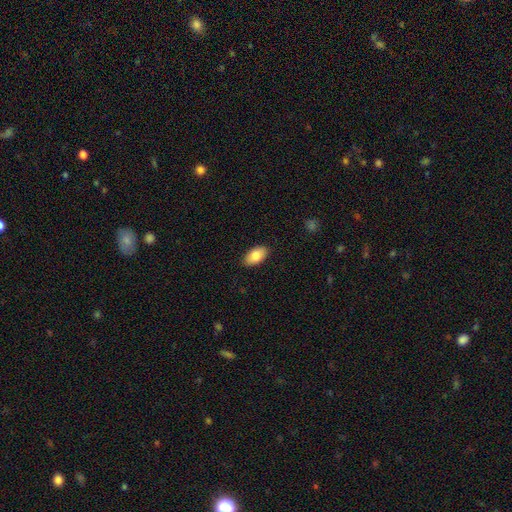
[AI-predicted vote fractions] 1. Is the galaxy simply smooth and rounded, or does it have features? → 82% smooth, 11% featured or disk, 6% star or artifact.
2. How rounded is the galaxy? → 94% in between, 4% round, 2% cigar-shaped.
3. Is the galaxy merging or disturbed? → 88% none, 9% minor disturbance, 2% major disturbance, 1% merger.